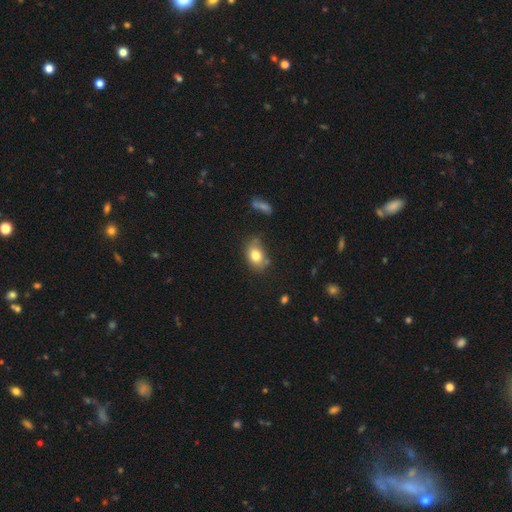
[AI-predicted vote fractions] smooth 79%, featured or disk 12%, star or artifact 9%. Down the decision tree: how rounded — in between (72%); merging — none (64%).